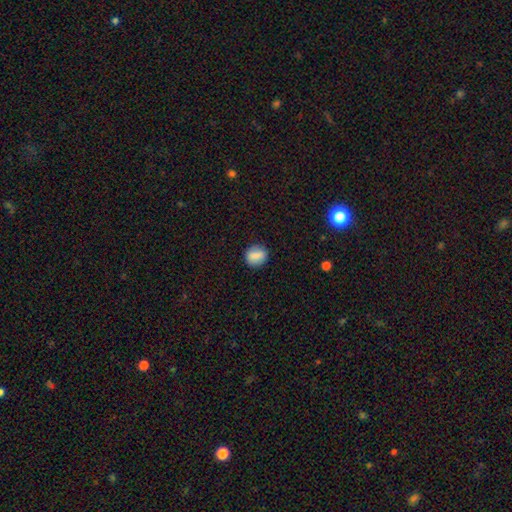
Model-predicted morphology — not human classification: Smooth or featured?
  - smooth: 83% *
  - star or artifact: 9%
  - featured or disk: 8%
How rounded?
  - round: 68% *
  - in between: 30%
  - cigar-shaped: 2%
Merging?
  - none: 86% *
  - minor disturbance: 10%
  - major disturbance: 3%
  - merger: 1%